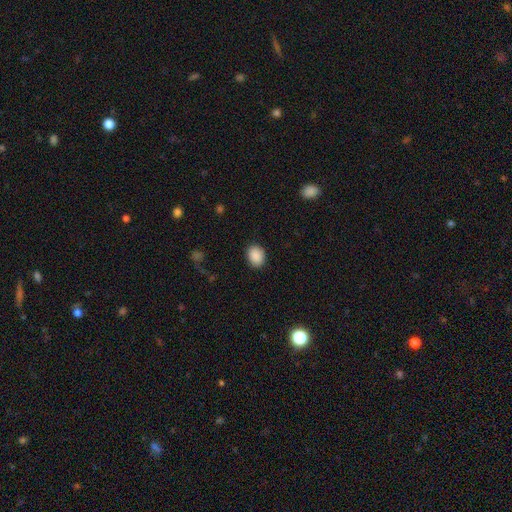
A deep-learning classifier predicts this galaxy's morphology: Q: Smooth or featured?
A: smooth (89%); runner-up: star or artifact (8%)
Q: How rounded?
A: in between (61%); runner-up: round (38%)
Q: Merging?
A: none (87%); runner-up: minor disturbance (9%)